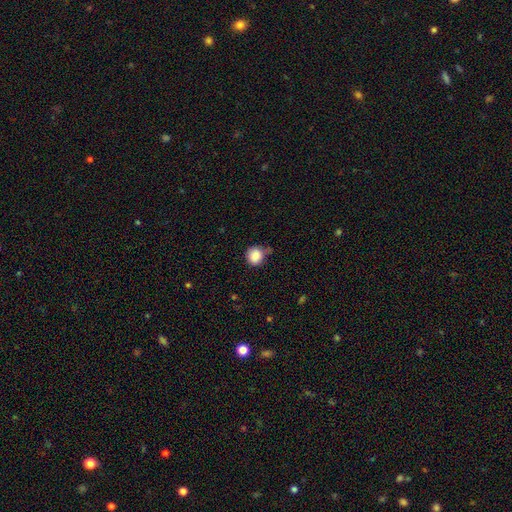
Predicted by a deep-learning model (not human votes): A smooth galaxy with no disk features (87%) that is round (90%).

Vote fractions:
- Smooth or featured? smooth: 87% / star or artifact: 9% / featured or disk: 4%
- How rounded? round: 90% / in between: 9% / cigar-shaped: 1%
- Merging? none: 66% / minor disturbance: 22% / merger: 6% / major disturbance: 6%